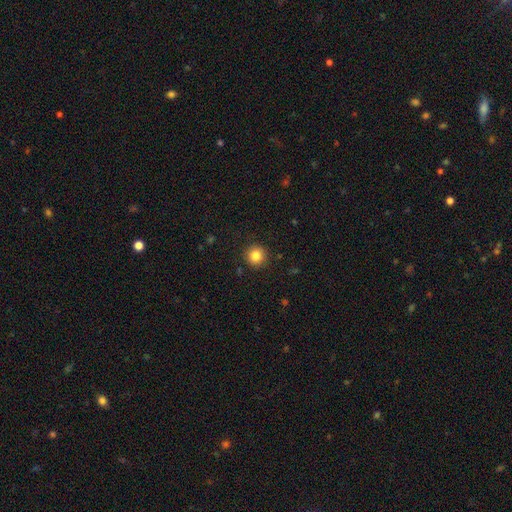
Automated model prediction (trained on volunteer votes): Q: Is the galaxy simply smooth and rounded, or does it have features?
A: smooth — 85%.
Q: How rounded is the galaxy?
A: round — 94%.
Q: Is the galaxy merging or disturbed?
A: none — 91%.